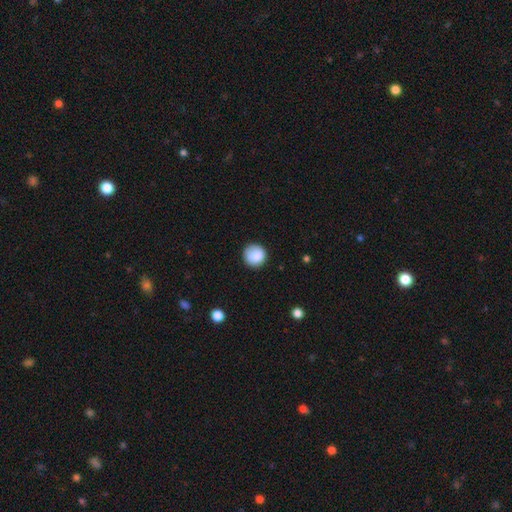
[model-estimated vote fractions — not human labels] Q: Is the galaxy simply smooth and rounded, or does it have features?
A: smooth — 86%.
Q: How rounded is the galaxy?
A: round — 94%.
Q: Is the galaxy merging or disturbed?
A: none — 86%.